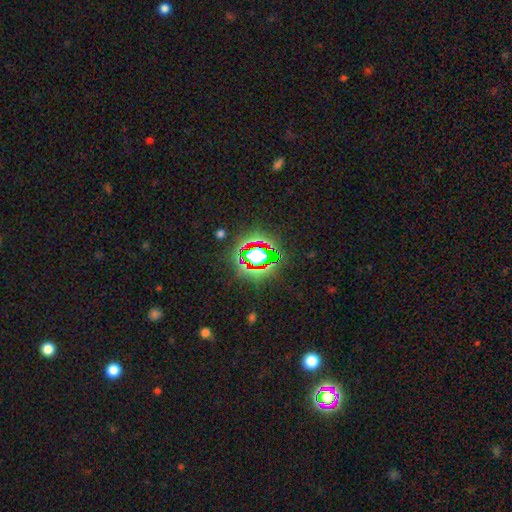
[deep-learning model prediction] Morphology: type=star or artifact (70%).